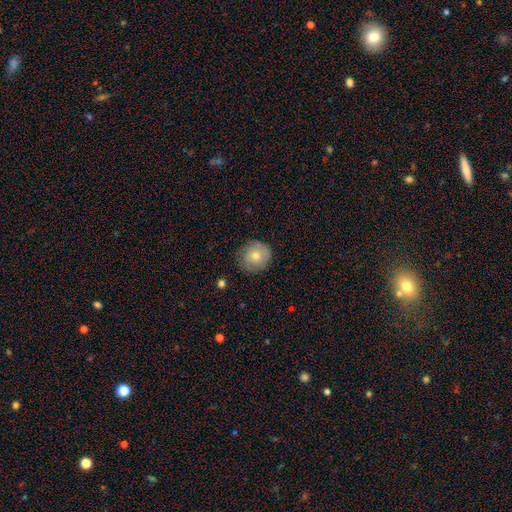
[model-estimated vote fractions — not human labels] Smooth or featured? smooth (62%)
How rounded? round (90%)
Merging? none (83%)